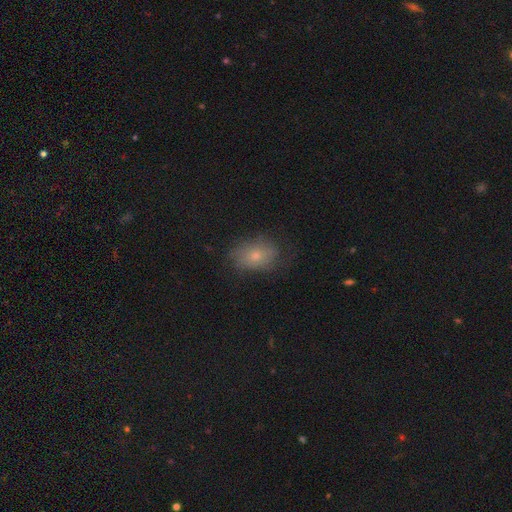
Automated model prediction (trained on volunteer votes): smooth-or-featured: smooth: 64% | featured or disk: 25% | star or artifact: 11%
  how-rounded: in between: 76% | round: 22% | cigar-shaped: 1%
  merging: none: 64% | minor disturbance: 24% | major disturbance: 10% | merger: 1%